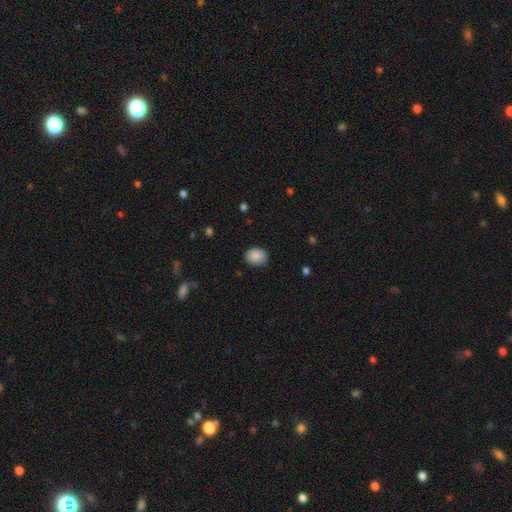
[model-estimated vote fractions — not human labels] Q: Smooth or featured?
A: smooth (89%); runner-up: star or artifact (8%)
Q: How rounded?
A: round (53%); runner-up: in between (46%)
Q: Merging?
A: none (84%); runner-up: minor disturbance (13%)